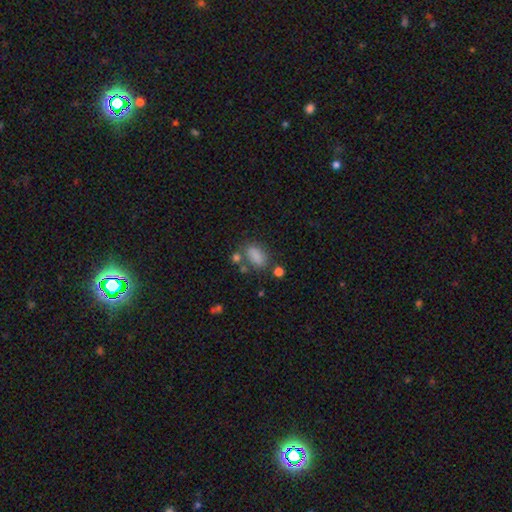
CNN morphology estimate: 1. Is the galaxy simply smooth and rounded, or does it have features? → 81% smooth, 11% star or artifact, 8% featured or disk.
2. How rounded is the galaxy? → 87% in between, 10% round, 4% cigar-shaped.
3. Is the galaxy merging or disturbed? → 61% none, 18% minor disturbance, 13% merger, 8% major disturbance.